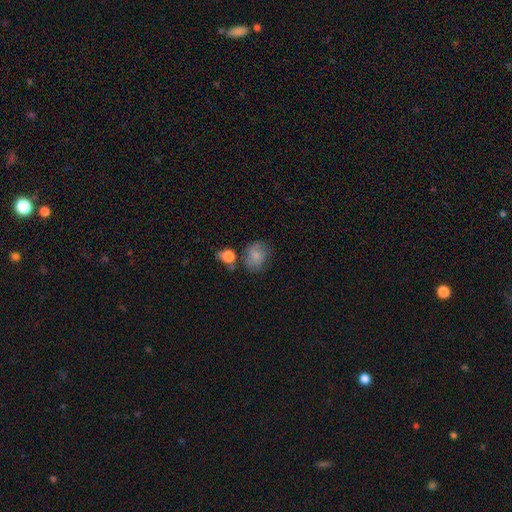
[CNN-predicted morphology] Smooth or featured?
  - smooth: 79% *
  - featured or disk: 11%
  - star or artifact: 9%
How rounded?
  - round: 51% *
  - in between: 48%
  - cigar-shaped: 1%
Merging?
  - none: 61% *
  - minor disturbance: 21%
  - merger: 10%
  - major disturbance: 8%